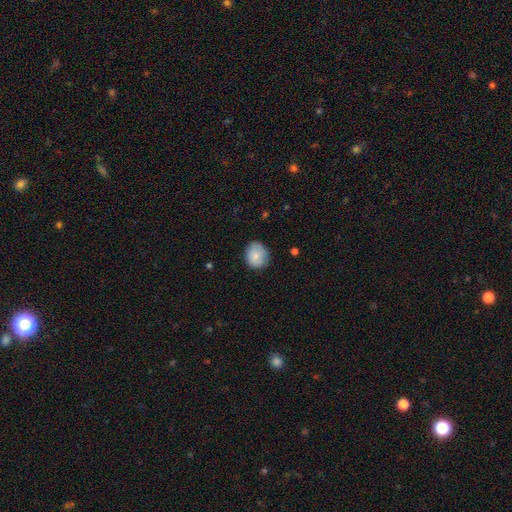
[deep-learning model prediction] The model was most divided on "how rounded": round: 69%, in between: 30%, cigar-shaped: 1%. More confident: smooth or featured — smooth (80%); merging — none (78%).